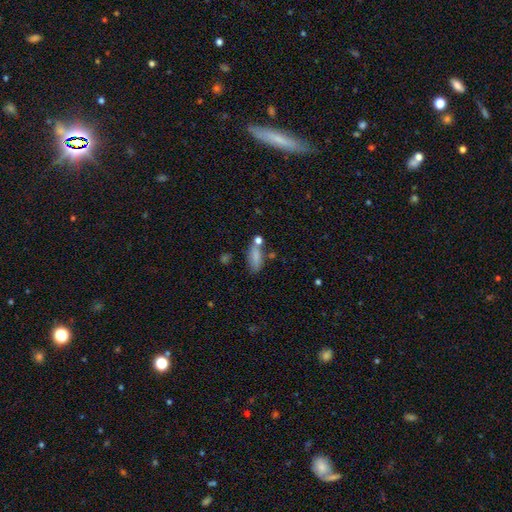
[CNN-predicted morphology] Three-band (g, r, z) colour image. It shows a smooth galaxy with no disk features (78%) that is in between round and cigar-shaped (77%). Merging: none (53%).